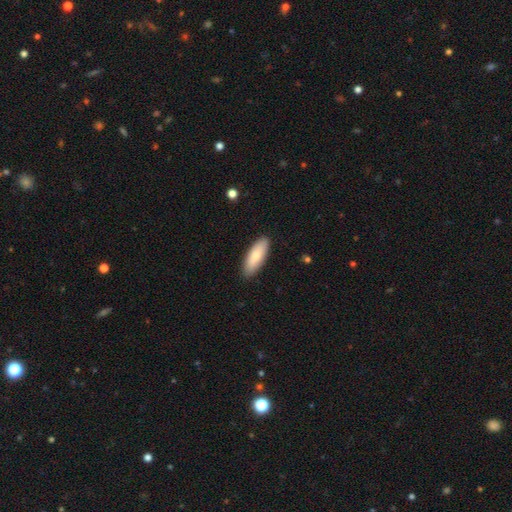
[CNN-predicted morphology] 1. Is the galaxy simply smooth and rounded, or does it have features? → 81% smooth, 13% featured or disk, 5% star or artifact.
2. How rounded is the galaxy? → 68% in between, 30% cigar-shaped, 2% round.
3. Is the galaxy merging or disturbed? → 89% none, 9% minor disturbance, 2% major disturbance, 1% merger.